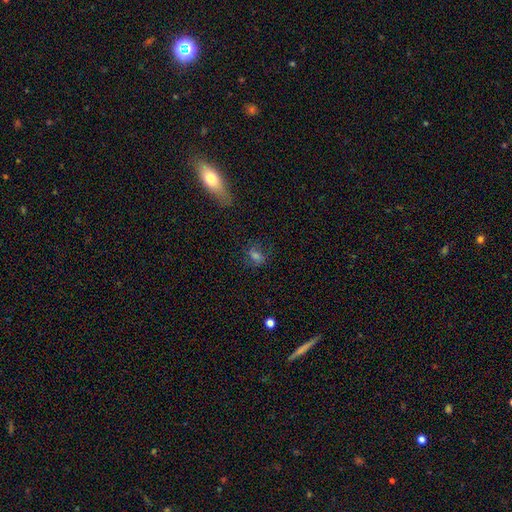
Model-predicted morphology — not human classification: Smooth or featured: smooth — 59% (featured or disk — 22%)
How rounded: in between — 60% (round — 31%)
Merging: none — 71% (minor disturbance — 17%)